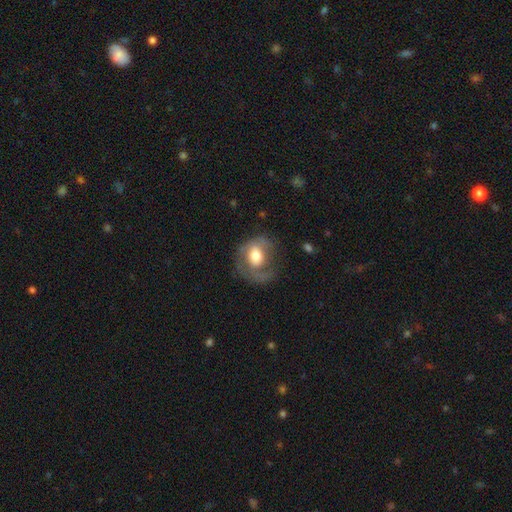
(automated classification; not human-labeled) A featured or disk galaxy (49%). Merging: none (39%).